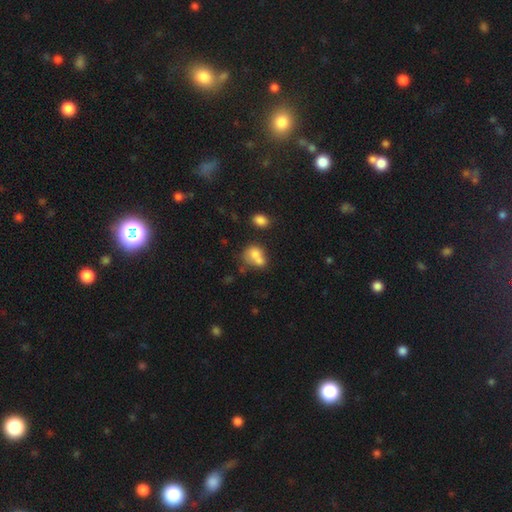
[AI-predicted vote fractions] This is likely a smooth galaxy (72%). How rounded: possibly in between (51%). Merging: possibly merger (58%).